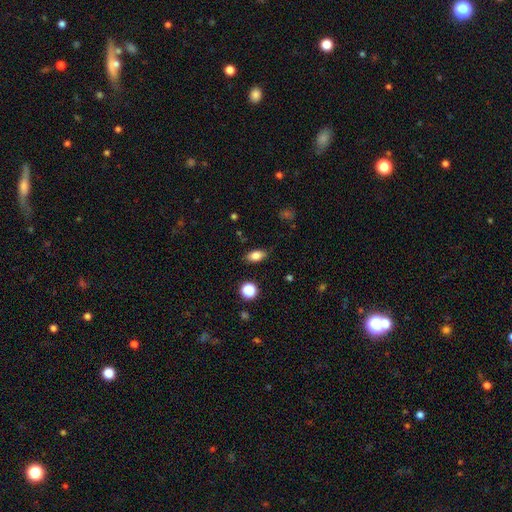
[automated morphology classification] This is clearly a smooth galaxy (82%). How rounded: clearly in between (85%). Merging: clearly none (85%).